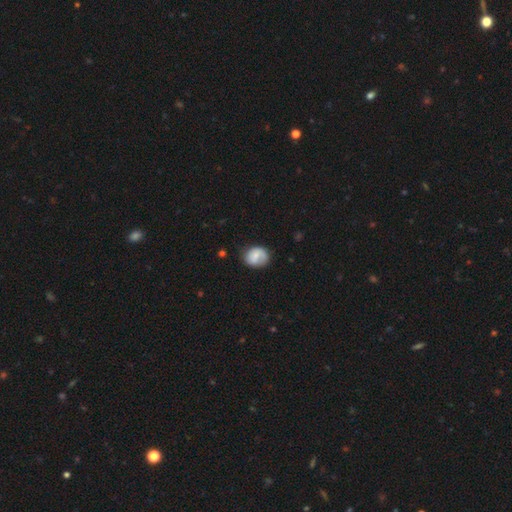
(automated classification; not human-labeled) This is possibly a smooth galaxy (59%). How rounded: likely round (61%). Merging: likely none (66%).